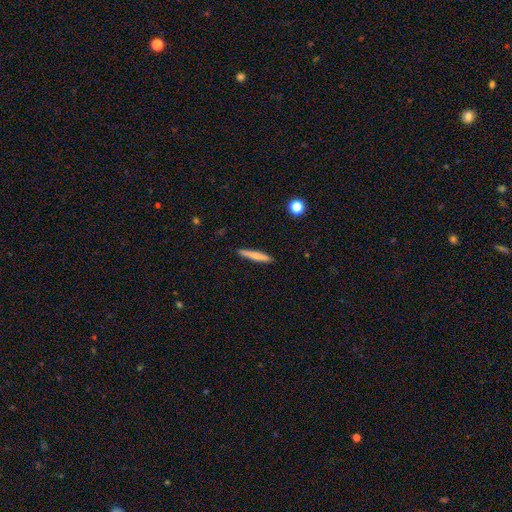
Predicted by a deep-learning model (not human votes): Q: Smooth or featured?
A: smooth (70%); runner-up: featured or disk (24%)
Q: How rounded?
A: cigar-shaped (94%); runner-up: in between (4%)
Q: Merging?
A: none (90%); runner-up: minor disturbance (7%)